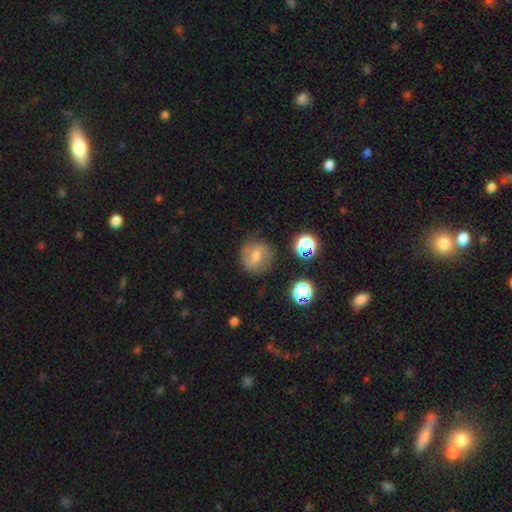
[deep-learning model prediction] Morphology: type=featured or disk (47%); merging=none (81%).